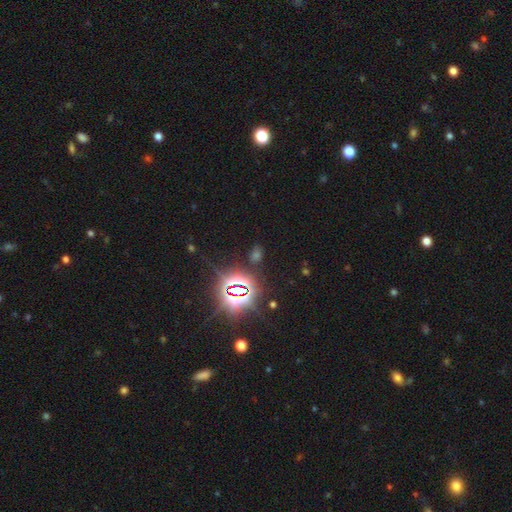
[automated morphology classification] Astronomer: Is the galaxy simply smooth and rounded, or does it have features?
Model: star or artifact — 72%.